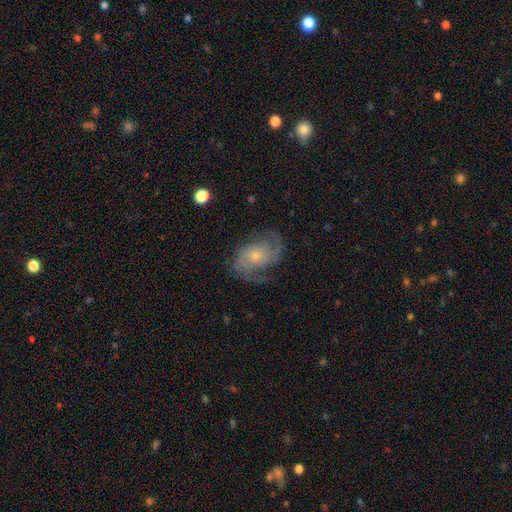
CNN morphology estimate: Q: Smooth or featured?
A: featured or disk (80%); runner-up: smooth (13%)
Q: Edge-on disk?
A: no (97%); runner-up: yes (3%)
Q: Bar?
A: no (74%); runner-up: weak (22%)
Q: Spiral arms?
A: yes (94%); runner-up: no (6%)
Q: Spiral winding?
A: medium (49%); runner-up: loose (26%)
Q: Spiral arm count?
A: 2 (76%); runner-up: can't tell (10%)
Q: Bulge size?
A: small (62%); runner-up: moderate (30%)
Q: Merging?
A: none (68%); runner-up: minor disturbance (18%)